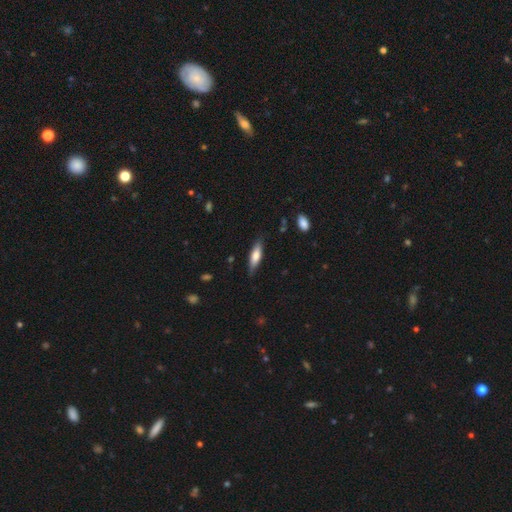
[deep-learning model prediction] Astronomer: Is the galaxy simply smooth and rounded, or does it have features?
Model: smooth — 65%.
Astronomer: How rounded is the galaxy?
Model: cigar-shaped — 65%.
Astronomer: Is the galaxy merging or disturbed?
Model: none — 82%.